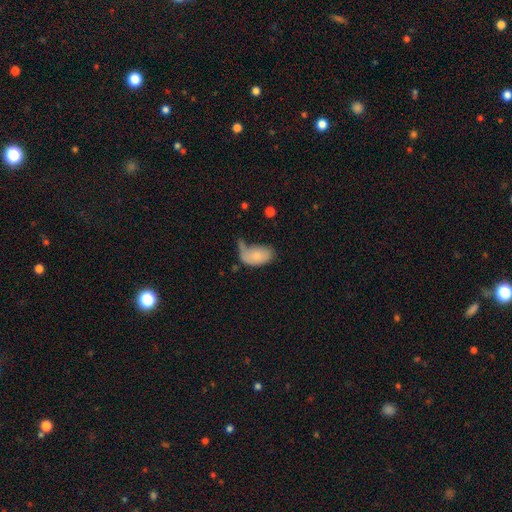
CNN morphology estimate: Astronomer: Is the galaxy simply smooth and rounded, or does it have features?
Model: smooth — 75%.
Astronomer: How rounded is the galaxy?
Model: in between — 92%.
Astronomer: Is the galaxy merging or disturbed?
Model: major disturbance — 31% (runner-up: minor disturbance, 28%).